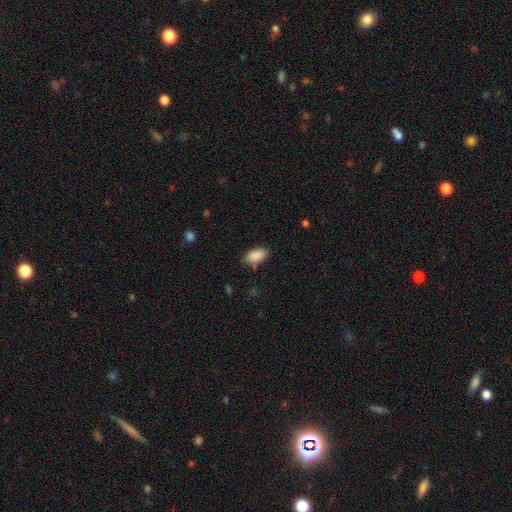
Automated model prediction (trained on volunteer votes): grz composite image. It shows a smooth galaxy with no disk features (90%) that is in between round and cigar-shaped (93%). Merging: none (80%).